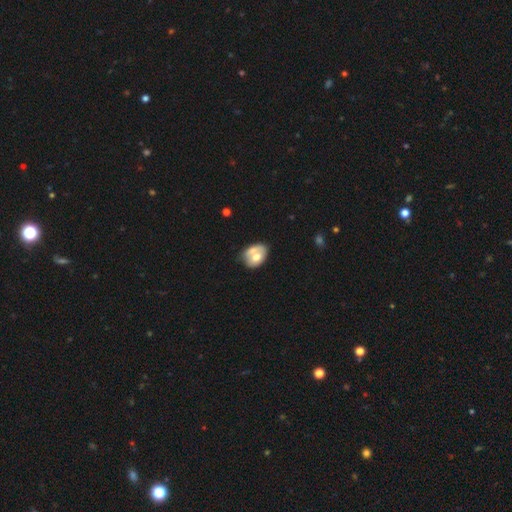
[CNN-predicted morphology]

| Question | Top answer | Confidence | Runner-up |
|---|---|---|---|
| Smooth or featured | smooth | 59% | featured or disk (34%) |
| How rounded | in between | 68% | round (31%) |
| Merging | merger | 41% | none (31%) |